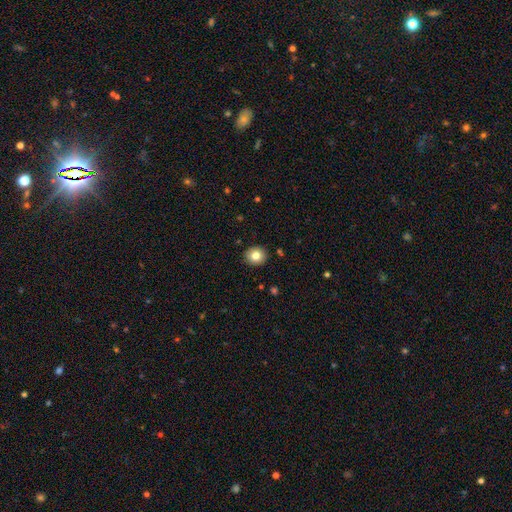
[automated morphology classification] Smooth or featured?
  - smooth: 81% *
  - star or artifact: 10%
  - featured or disk: 10%
How rounded?
  - round: 83% *
  - in between: 16%
  - cigar-shaped: 1%
Merging?
  - none: 91% *
  - minor disturbance: 6%
  - major disturbance: 2%
  - merger: 1%